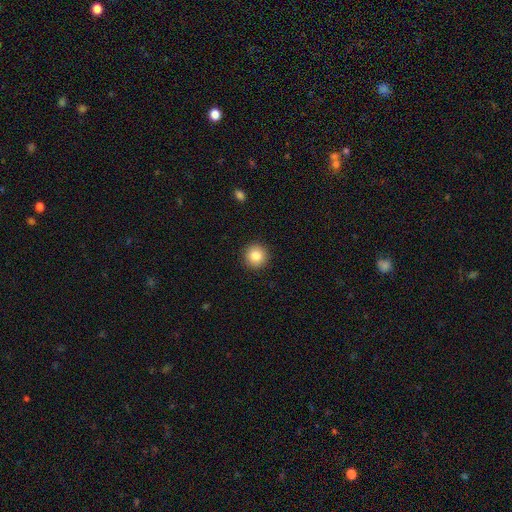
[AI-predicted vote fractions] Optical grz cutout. It shows a smooth galaxy with no disk features (85%) that is round (95%). Merging: none (92%).